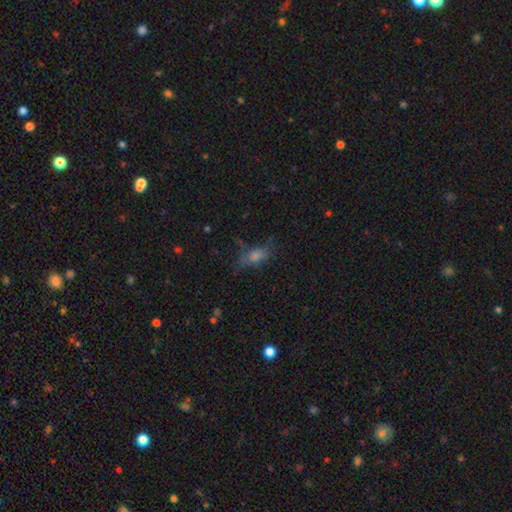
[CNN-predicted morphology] Smooth or featured: smooth — 54% (featured or disk — 24%)
How rounded: in between — 70% (cigar-shaped — 21%)
Merging: none — 59% (minor disturbance — 23%)